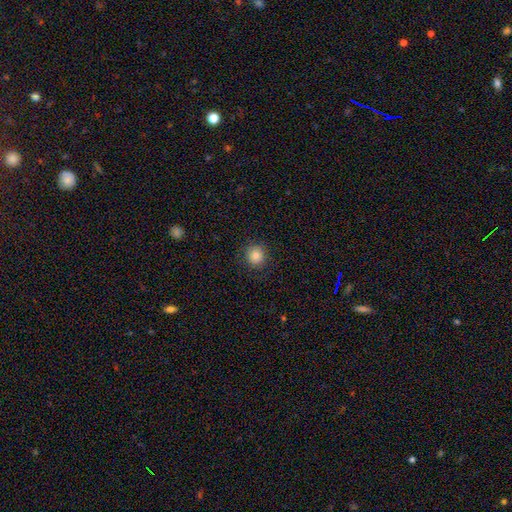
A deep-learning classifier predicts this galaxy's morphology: type=smooth (83%); roundness=round (93%); merging=none (89%).